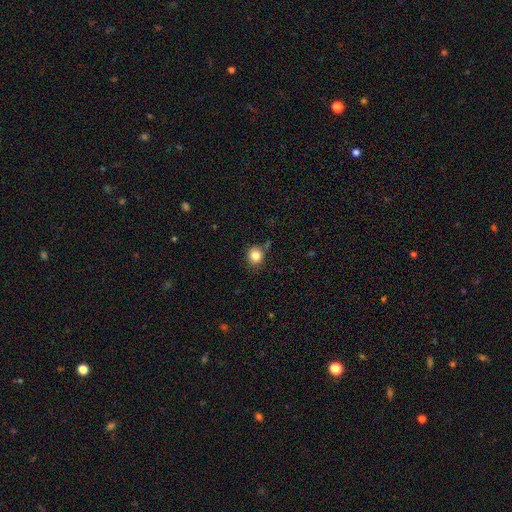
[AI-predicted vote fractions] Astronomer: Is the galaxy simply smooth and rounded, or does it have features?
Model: smooth — 83%.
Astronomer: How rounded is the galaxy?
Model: round — 81%.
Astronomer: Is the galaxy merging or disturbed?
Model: none — 75%.